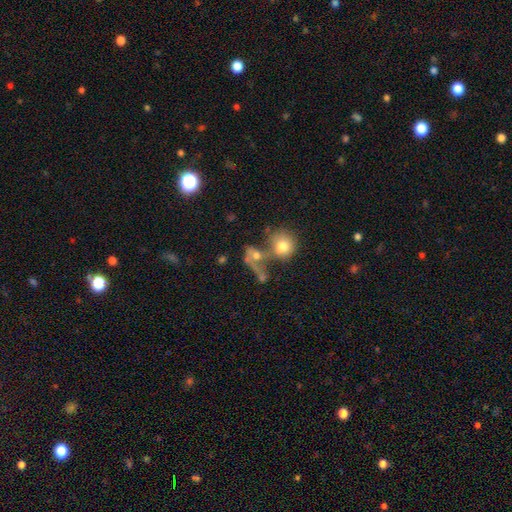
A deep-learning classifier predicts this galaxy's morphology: Q: Smooth or featured?
A: smooth (54%); runner-up: featured or disk (33%)
Q: How rounded?
A: round (49%); runner-up: in between (44%)
Q: Merging?
A: merger (53%); runner-up: none (22%)